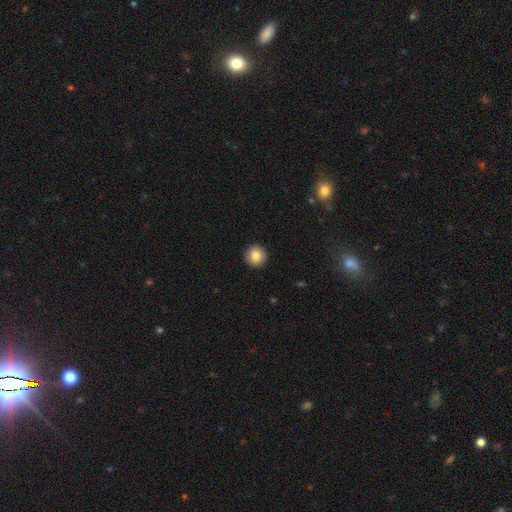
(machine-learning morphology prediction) Overall: smooth (84%). How rounded: round (95%). Merging: none (93%).